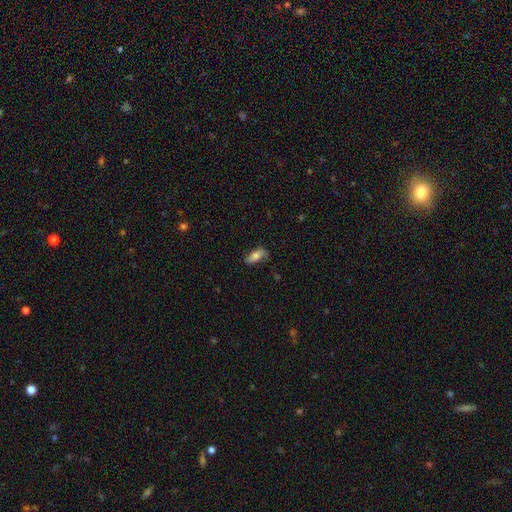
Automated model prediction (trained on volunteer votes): Smooth or featured: smooth — 70% (featured or disk — 23%)
How rounded: in between — 85% (cigar-shaped — 12%)
Merging: none — 72% (minor disturbance — 22%)